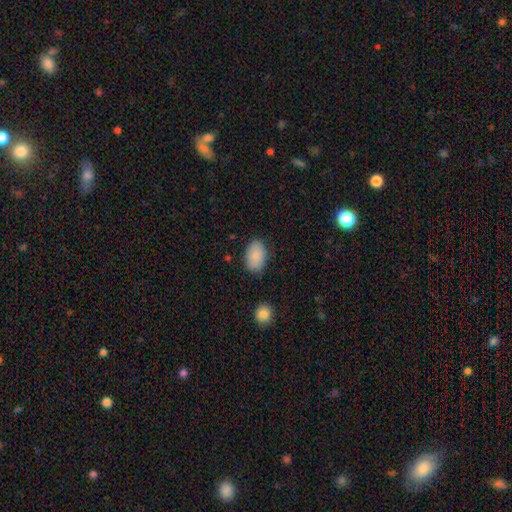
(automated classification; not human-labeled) Overall: smooth (88%). How rounded: in between (88%). Merging: none (83%).